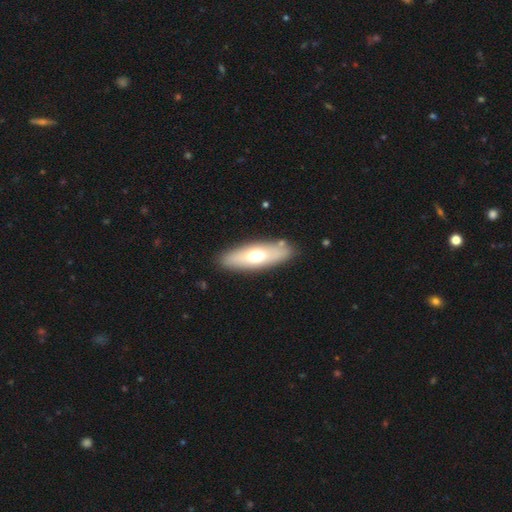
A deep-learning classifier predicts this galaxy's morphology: Smooth or featured?
  - smooth: 61% *
  - featured or disk: 34%
  - star or artifact: 6%
How rounded?
  - in between: 57% *
  - cigar-shaped: 41%
  - round: 2%
Merging?
  - none: 86% *
  - minor disturbance: 9%
  - merger: 2%
  - major disturbance: 2%